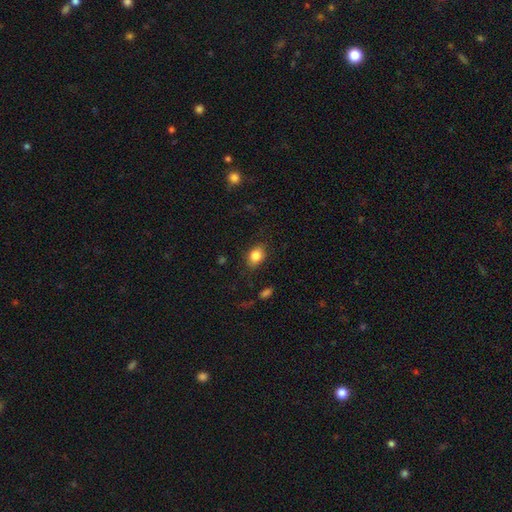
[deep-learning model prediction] smooth-or-featured: smooth: 84% | star or artifact: 9% | featured or disk: 7%
  how-rounded: in between: 68% | round: 31% | cigar-shaped: 1%
  merging: none: 82% | minor disturbance: 13% | major disturbance: 3% | merger: 1%